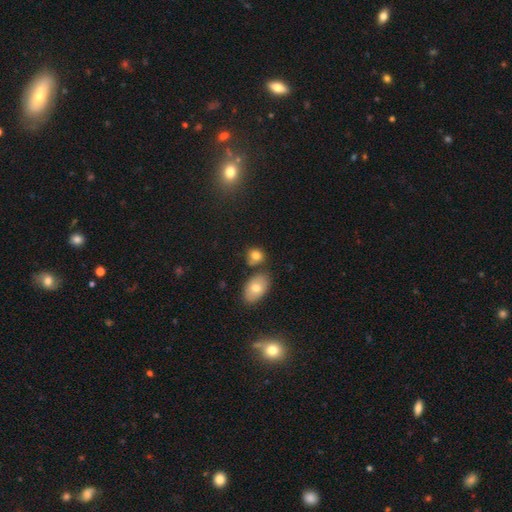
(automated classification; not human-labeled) Smooth or featured? smooth (79%)
How rounded? round (58%)
Merging? none (63%)